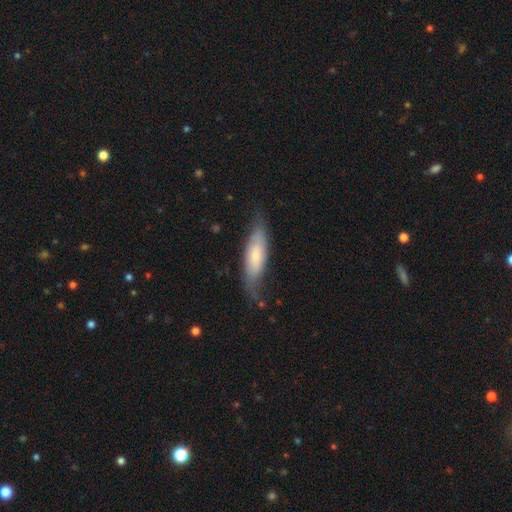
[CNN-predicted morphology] smooth-or-featured: smooth: 53% | featured or disk: 41% | star or artifact: 7%
  how-rounded: cigar-shaped: 49% (tied) | in between: 49% (tied) | round: 2%
  merging: none: 60% | minor disturbance: 27% | major disturbance: 10% | merger: 2%